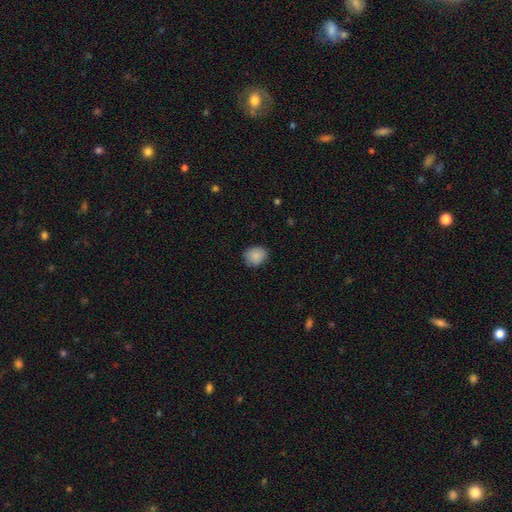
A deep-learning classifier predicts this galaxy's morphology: A smooth galaxy with no disk features (88%) that is round (67%).

Vote fractions:
- Smooth or featured? smooth: 88% / star or artifact: 8% / featured or disk: 4%
- How rounded? round: 67% / in between: 33% / cigar-shaped: 1%
- Merging? none: 83% / minor disturbance: 14% / major disturbance: 3% / merger: 1%